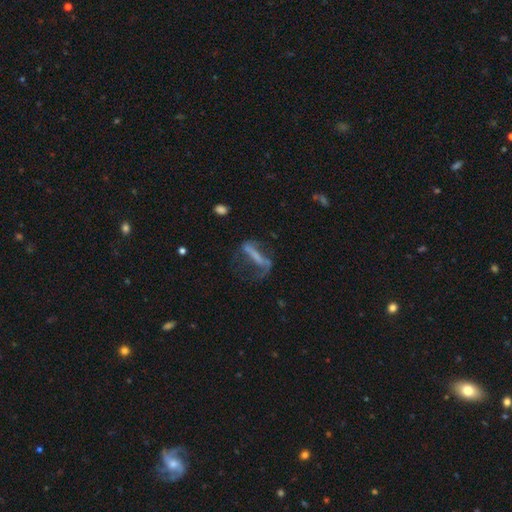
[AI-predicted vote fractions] Smooth or featured: featured or disk — 57% (smooth — 30%)
Edge-on disk: no — 73% (yes — 27%)
Merging: major disturbance — 43% (none — 33%)